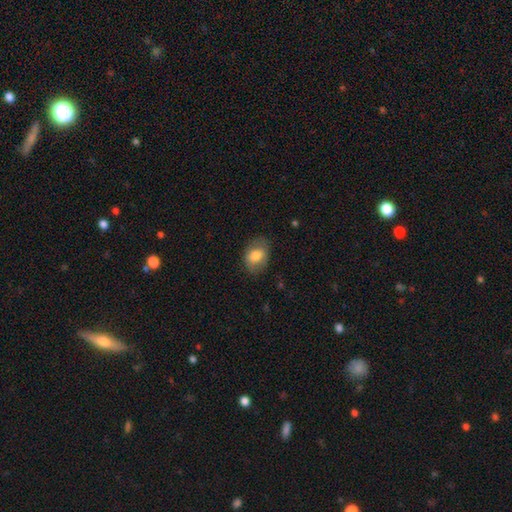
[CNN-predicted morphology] smooth_or_featured: smooth (p=0.78) [alt: featured or disk p=0.15]
how_rounded: in between (p=0.73) [alt: round p=0.26]
merging: none (p=0.72) [alt: minor disturbance p=0.20]